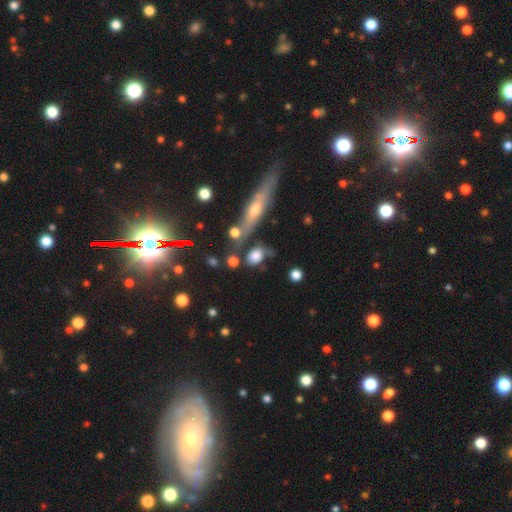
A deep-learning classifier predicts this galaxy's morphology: This is likely a smooth galaxy (74%). How rounded: possibly in between (53%). Merging: possibly none (48%).